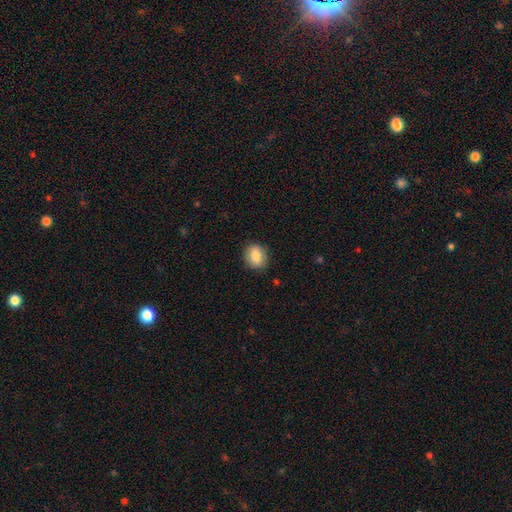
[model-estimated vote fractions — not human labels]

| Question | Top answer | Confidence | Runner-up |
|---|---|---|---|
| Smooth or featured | smooth | 82% | featured or disk (10%) |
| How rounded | round | 51% | in between (48%) |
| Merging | none | 86% | minor disturbance (11%) |